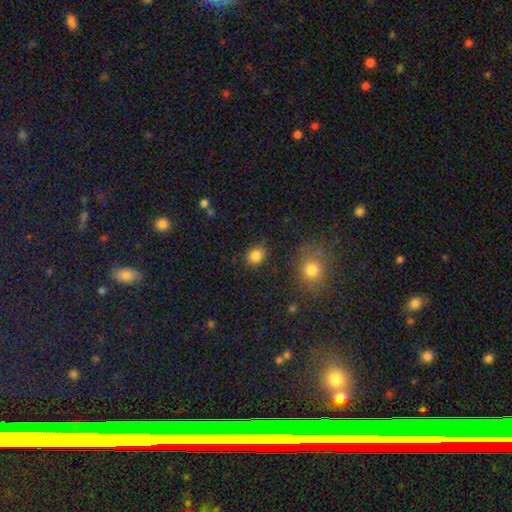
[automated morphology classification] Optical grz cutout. It shows a smooth galaxy with no disk features (84%) that is in between round and cigar-shaped (51%). Merging: none (80%).